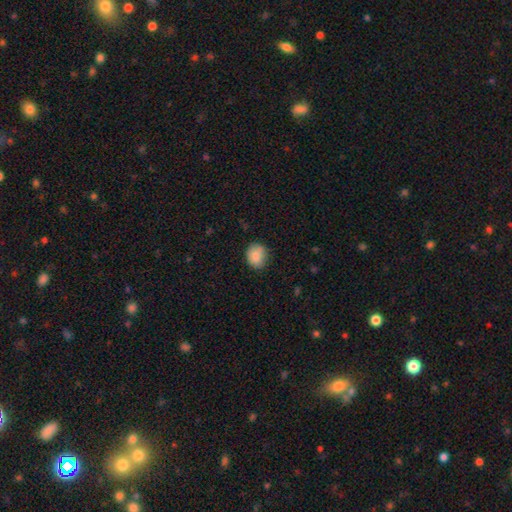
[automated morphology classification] Smooth or featured: smooth — 87% (star or artifact — 8%)
How rounded: round — 63% (in between — 36%)
Merging: none — 79% (minor disturbance — 16%)